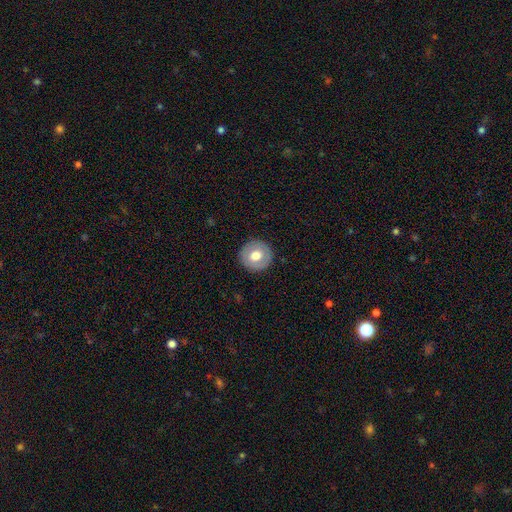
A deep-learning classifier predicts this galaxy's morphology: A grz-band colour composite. It shows a smooth galaxy with no disk features (67%) that is round (94%). Merging: none (90%).